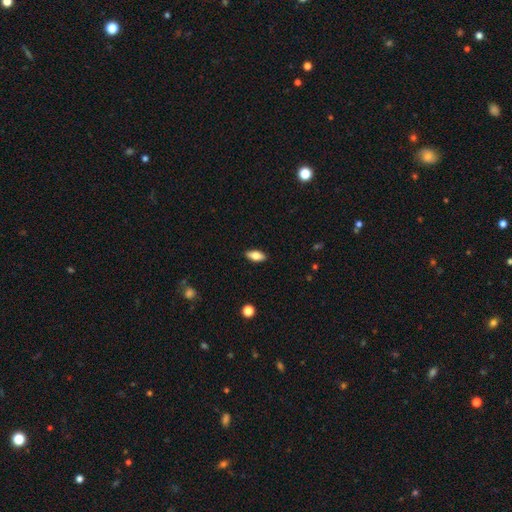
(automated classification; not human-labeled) Overall: smooth (77%). How rounded: in between (87%). Merging: none (89%).